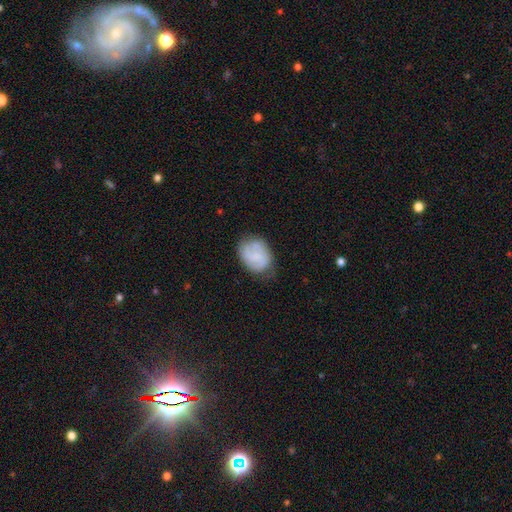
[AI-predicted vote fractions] smooth_or_featured: smooth (p=0.51) [alt: featured or disk p=0.41]
how_rounded: in between (p=0.60) [alt: round p=0.39]
merging: none (p=0.62) [alt: minor disturbance p=0.26]